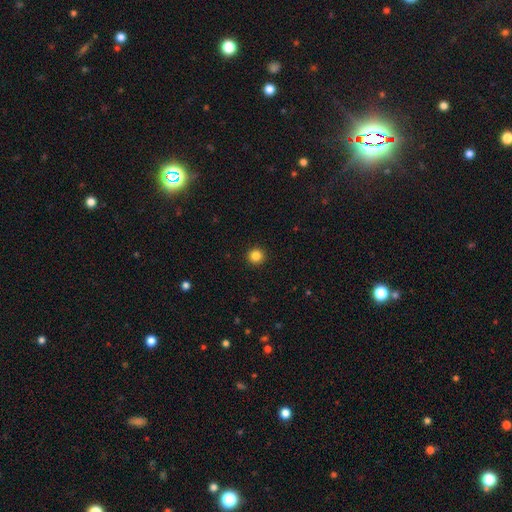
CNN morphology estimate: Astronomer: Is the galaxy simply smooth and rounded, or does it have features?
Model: smooth — 85%.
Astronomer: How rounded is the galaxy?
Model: round — 95%.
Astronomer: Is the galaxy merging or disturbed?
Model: none — 94%.